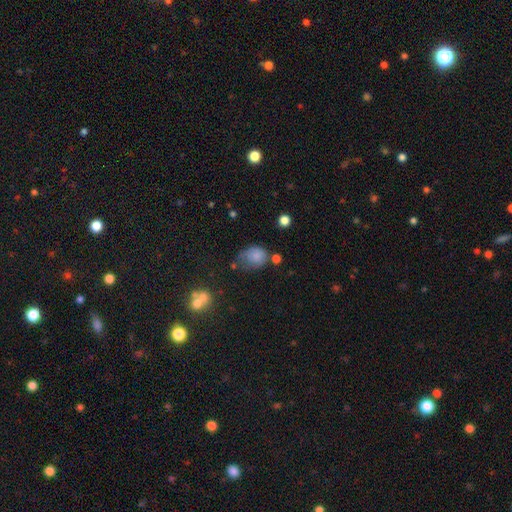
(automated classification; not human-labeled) Smooth or featured: smooth — 78% (star or artifact — 11%)
How rounded: in between — 53% (round — 46%)
Merging: minor disturbance — 36% (none — 35%)